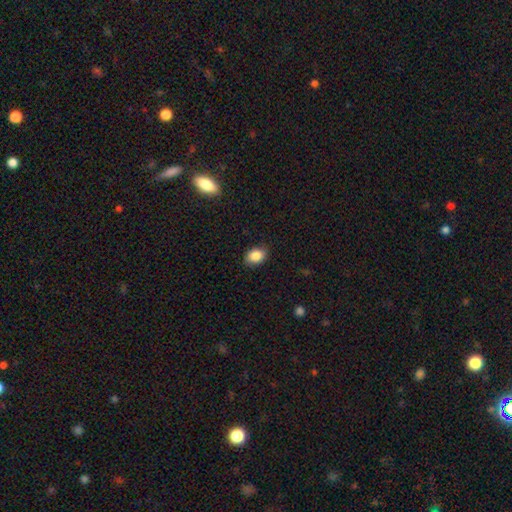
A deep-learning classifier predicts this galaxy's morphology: The model was most divided on "how rounded": in between: 73%, round: 25%, cigar-shaped: 1%. More confident: smooth or featured — smooth (87%); merging — none (85%).